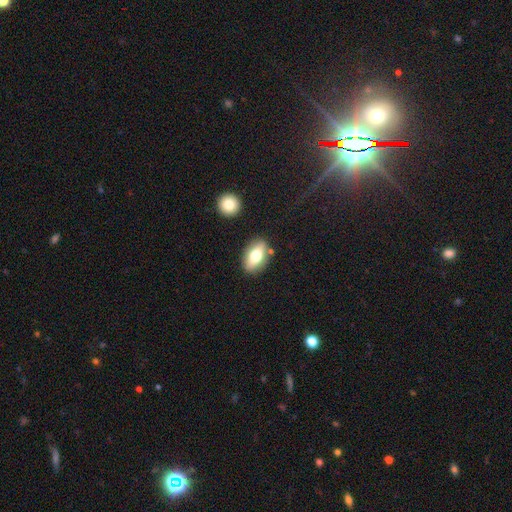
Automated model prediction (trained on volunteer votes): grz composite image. It shows a smooth galaxy with no disk features (66%) that is in between round and cigar-shaped (87%). Merging: none (82%).